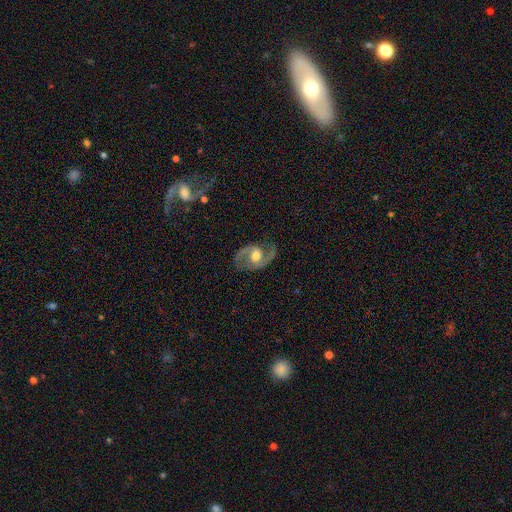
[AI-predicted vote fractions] A featured or disk galaxy (89%) with no bar (54%), 2 (92%) medium (59%) spiral arms (96%) and a moderate central bulge (71%).

Vote fractions:
- Smooth or featured? featured or disk: 89% / smooth: 6% / star or artifact: 5%
- Edge-on disk? no: 98% / yes: 2%
- Bar? no: 54% / weak: 37% / strong: 9%
- Spiral arms? yes: 96% / no: 4%
- Spiral winding? medium: 59% / loose: 24% / tight: 17%
- Spiral arm count? 2: 92% / 1: 3% / can't tell: 2% / 3: 1% / 4: 1% / more than 4: 1%
- Bulge size? moderate: 71% / large: 16% / small: 10% / none: 1% / dominant: 1%
- Merging? none: 77% / minor disturbance: 15% / major disturbance: 7% / merger: 1%